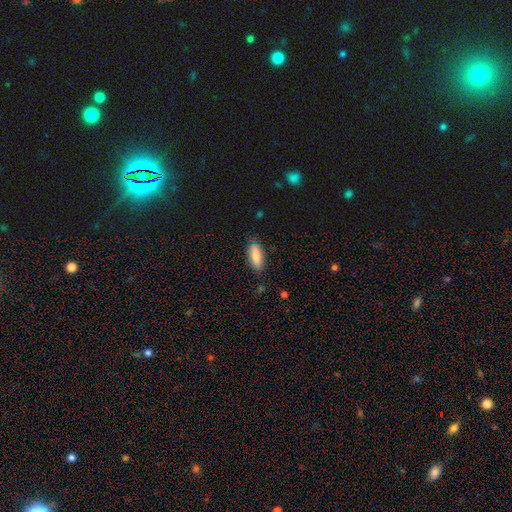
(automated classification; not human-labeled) Smooth or featured?
  - smooth: 81% *
  - featured or disk: 13%
  - star or artifact: 6%
How rounded?
  - in between: 75% *
  - cigar-shaped: 23%
  - round: 2%
Merging?
  - none: 81% *
  - minor disturbance: 15%
  - major disturbance: 3%
  - merger: 1%